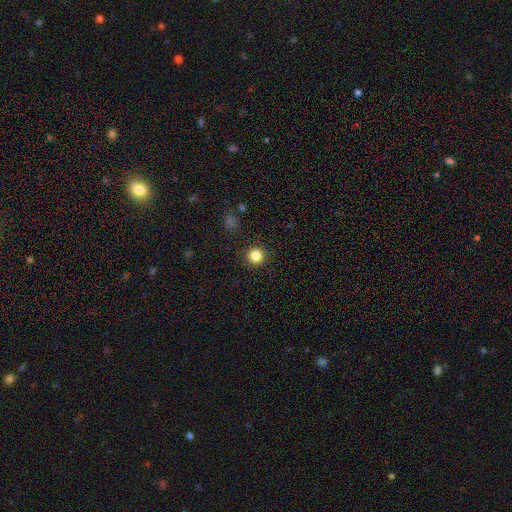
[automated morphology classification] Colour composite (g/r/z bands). It shows a smooth galaxy with no disk features (83%) that is round (95%). Merging: none (92%).